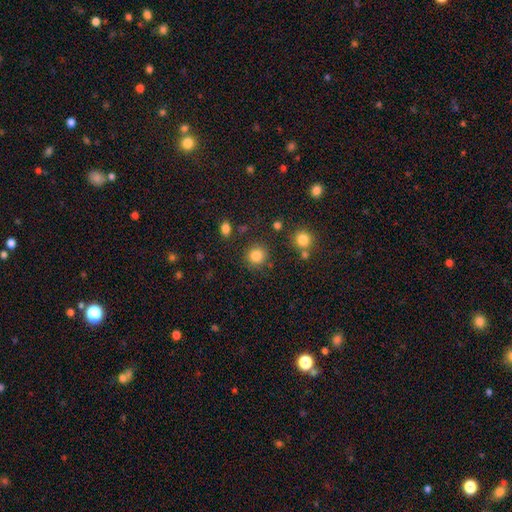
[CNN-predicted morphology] Smooth or featured?
  - smooth: 84% *
  - star or artifact: 11%
  - featured or disk: 5%
How rounded?
  - round: 90% *
  - in between: 9%
  - cigar-shaped: 1%
Merging?
  - none: 85% *
  - minor disturbance: 8%
  - merger: 4%
  - major disturbance: 3%